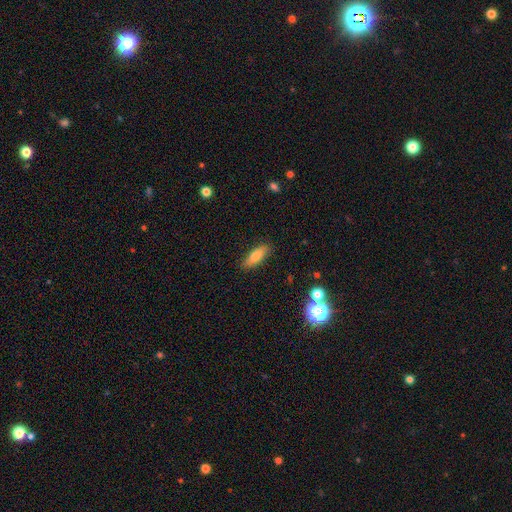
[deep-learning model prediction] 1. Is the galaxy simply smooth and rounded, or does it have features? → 75% smooth, 16% featured or disk, 9% star or artifact.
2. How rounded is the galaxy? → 52% in between, 45% cigar-shaped, 3% round.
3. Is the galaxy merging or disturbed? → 87% none, 9% minor disturbance, 2% major disturbance, 2% merger.